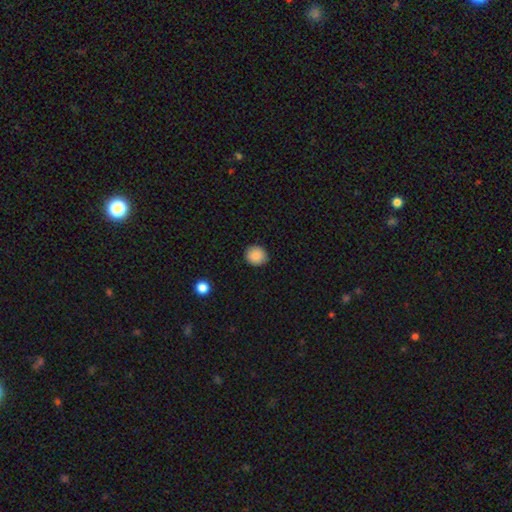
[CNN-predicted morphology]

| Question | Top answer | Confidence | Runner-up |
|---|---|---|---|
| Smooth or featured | smooth | 88% | star or artifact (8%) |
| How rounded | round | 82% | in between (17%) |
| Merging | none | 90% | minor disturbance (7%) |